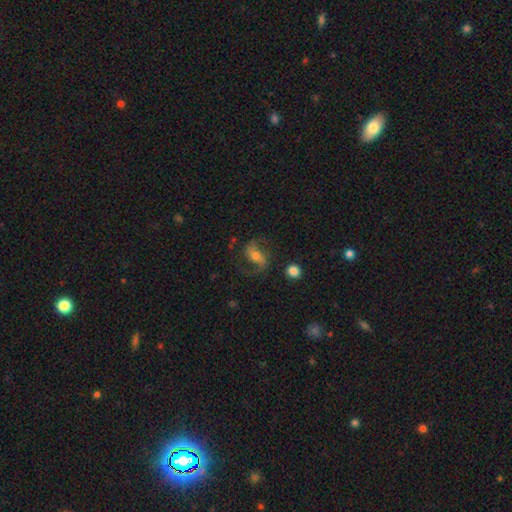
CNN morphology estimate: This is likely a featured or disk galaxy (74%). It is clearly not viewed edge-on (96%). Bar: marginally weak (38%). Spiral arm pattern: clearly yes (92%). Spiral arm count: clearly 2 (89%). Spiral winding: possibly loose (52%). Central bulge: possibly moderate (55%). Merging: likely none (68%).